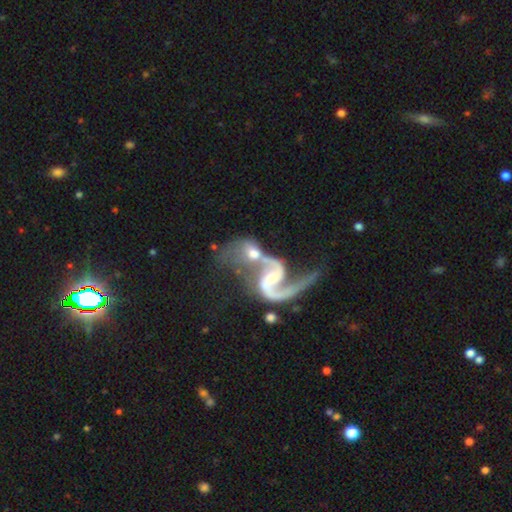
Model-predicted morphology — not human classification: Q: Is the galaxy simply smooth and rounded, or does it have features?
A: featured or disk — 89%.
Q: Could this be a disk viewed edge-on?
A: no — 97%.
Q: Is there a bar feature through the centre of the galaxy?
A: weak — 42%.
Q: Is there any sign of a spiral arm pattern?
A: yes — 94%.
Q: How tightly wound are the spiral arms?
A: loose — 61%.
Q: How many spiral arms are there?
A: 2 — 80%.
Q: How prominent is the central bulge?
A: small — 54%.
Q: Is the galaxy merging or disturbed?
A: merger — 61%.